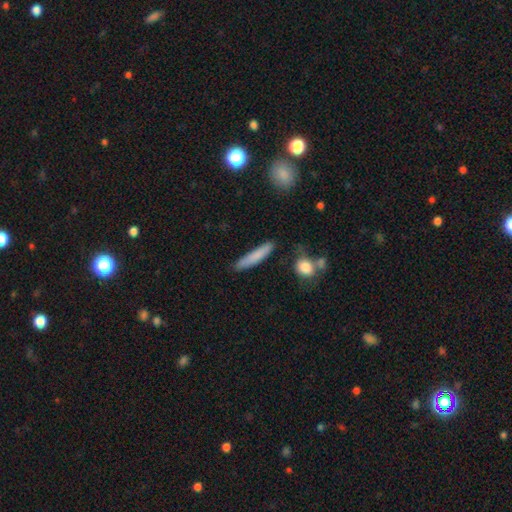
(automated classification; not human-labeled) Morphology: type=smooth (78%); roundness=cigar-shaped (90%); merging=none (81%).